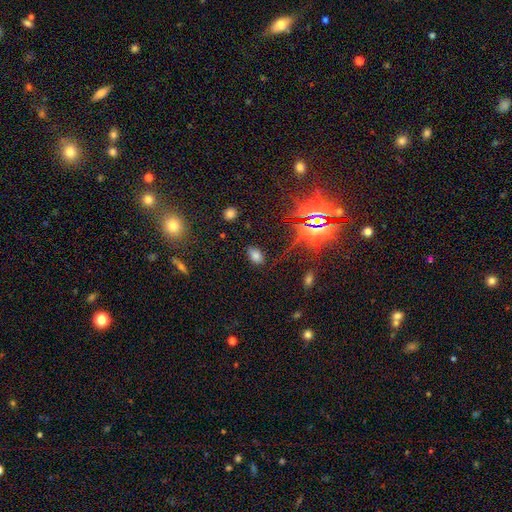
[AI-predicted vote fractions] smooth-or-featured: smooth: 67% | star or artifact: 25% | featured or disk: 8%
  how-rounded: in between: 88% | round: 10% | cigar-shaped: 2%
  merging: none: 81% | minor disturbance: 12% | major disturbance: 5% | merger: 2%